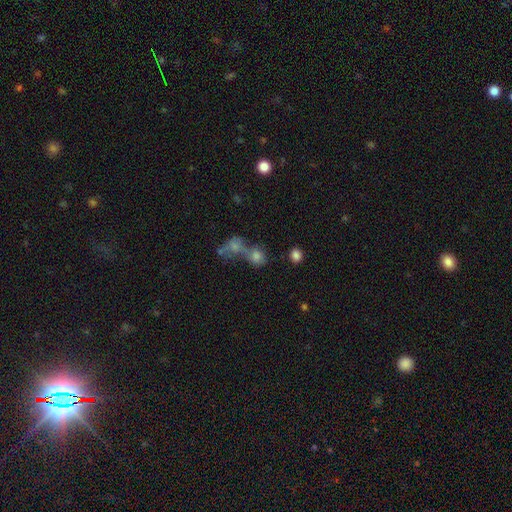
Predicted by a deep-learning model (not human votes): Smooth or featured?
  - smooth: 61% *
  - star or artifact: 22%
  - featured or disk: 17%
How rounded?
  - round: 66% *
  - in between: 31%
  - cigar-shaped: 3%
Merging?
  - merger: 48% *
  - none: 36%
  - minor disturbance: 9%
  - major disturbance: 7%